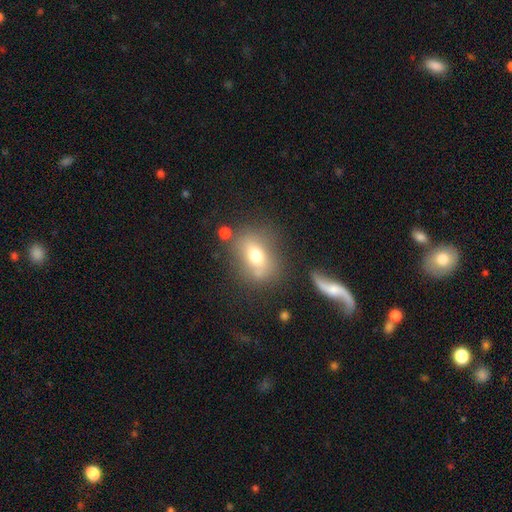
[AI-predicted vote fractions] The model was most divided on "how rounded": in between: 66%, round: 31%, cigar-shaped: 3%. More confident: smooth or featured — smooth (68%); merging — none (64%).